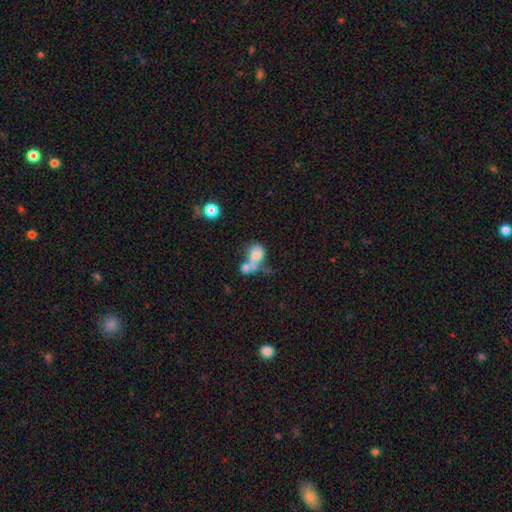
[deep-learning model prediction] Overall: smooth (61%; featured or disk 28%). How rounded: in between (66%; round 31%). Merging: merger (63%).